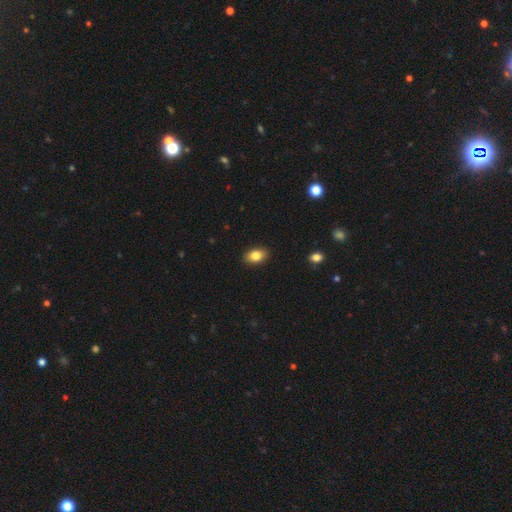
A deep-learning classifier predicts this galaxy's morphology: Smooth or featured?
  - smooth: 84% *
  - star or artifact: 8%
  - featured or disk: 8%
How rounded?
  - in between: 86% *
  - round: 13%
  - cigar-shaped: 2%
Merging?
  - none: 89% *
  - minor disturbance: 8%
  - major disturbance: 2%
  - merger: 1%